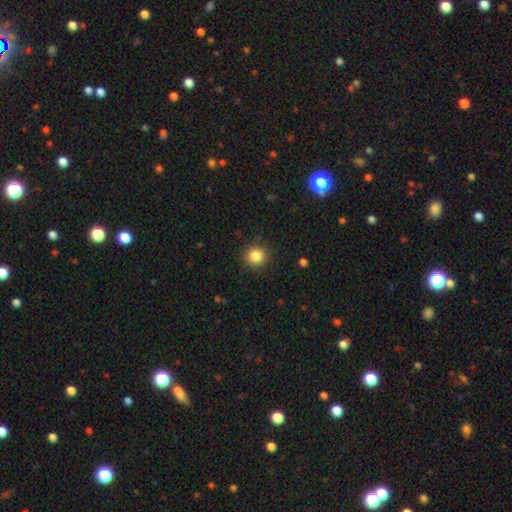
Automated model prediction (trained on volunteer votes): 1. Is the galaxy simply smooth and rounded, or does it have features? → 85% smooth, 11% star or artifact, 5% featured or disk.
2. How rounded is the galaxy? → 90% round, 9% in between, 1% cigar-shaped.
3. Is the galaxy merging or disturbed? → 89% none, 7% minor disturbance, 2% major disturbance, 1% merger.